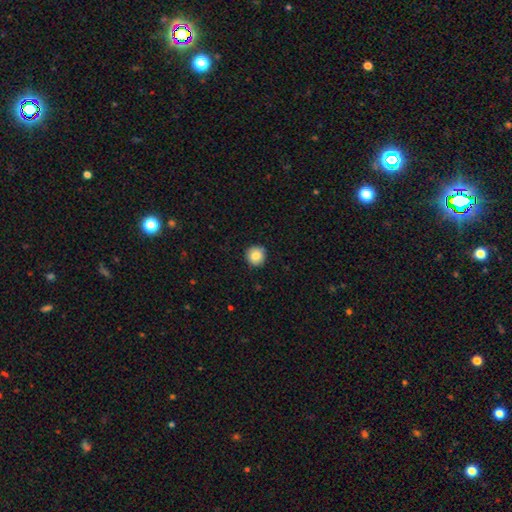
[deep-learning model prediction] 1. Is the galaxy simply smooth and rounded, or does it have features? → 86% smooth, 9% star or artifact, 5% featured or disk.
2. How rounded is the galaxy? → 93% round, 6% in between, 1% cigar-shaped.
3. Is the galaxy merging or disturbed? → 88% none, 9% minor disturbance, 2% major disturbance, 1% merger.